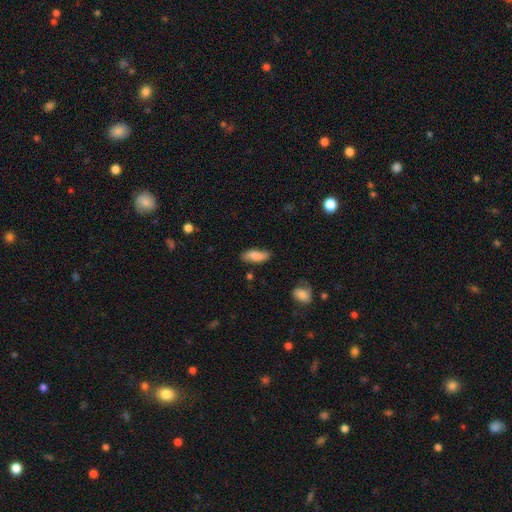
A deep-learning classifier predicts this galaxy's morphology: Smooth or featured? smooth (79%)
How rounded? in between (75%)
Merging? none (72%)